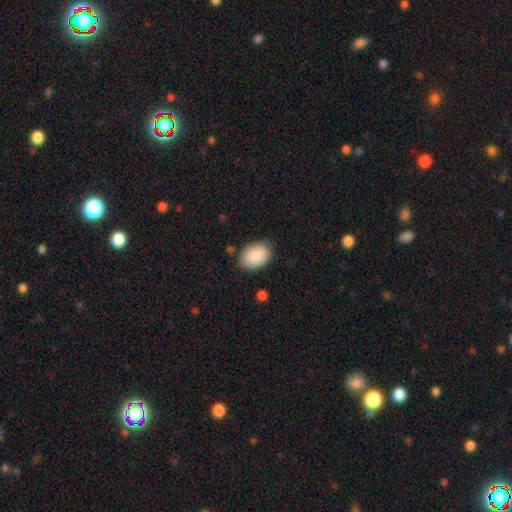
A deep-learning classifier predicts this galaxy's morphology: The model was most divided on "how rounded": in between: 81%, round: 18%, cigar-shaped: 1%. More confident: smooth or featured — smooth (89%); merging — none (81%).